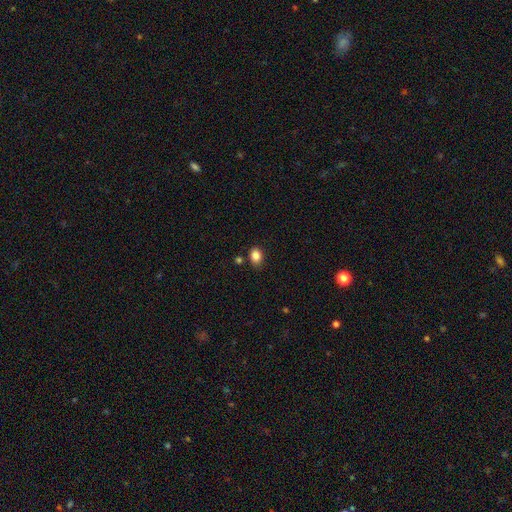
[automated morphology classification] This appears to be a smooth galaxy with no disk features (85%) that is in between round and cigar-shaped (61%). Merging: none (81%).